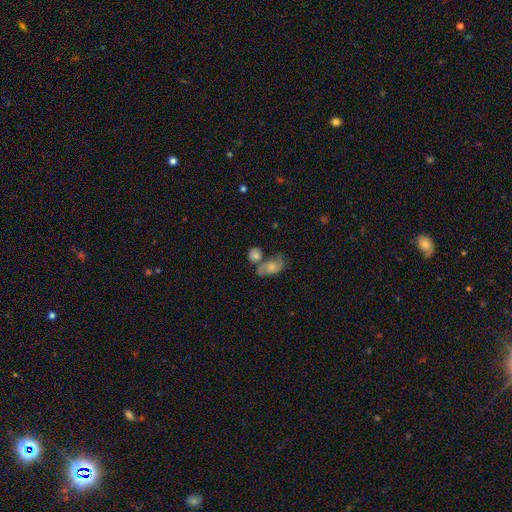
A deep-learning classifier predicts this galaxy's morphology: A smooth galaxy with no disk features (73%) that is round (54%).

Vote fractions:
- Smooth or featured? smooth: 73% / featured or disk: 17% / star or artifact: 10%
- How rounded? round: 54% / in between: 43% / cigar-shaped: 2%
- Merging? merger: 47% / none: 34% / minor disturbance: 12% / major disturbance: 7%